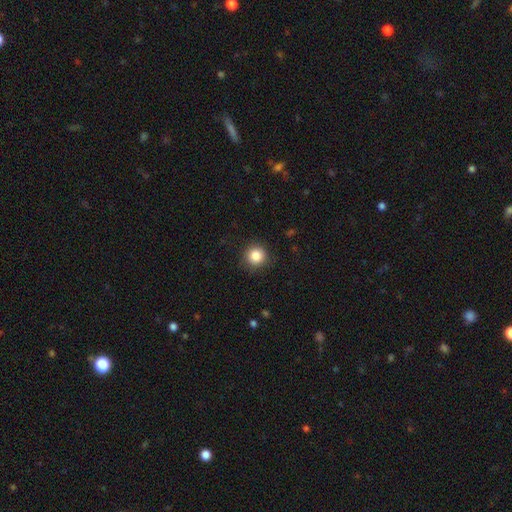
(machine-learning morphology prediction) type=smooth (86%); roundness=round (94%); merging=none (89%).